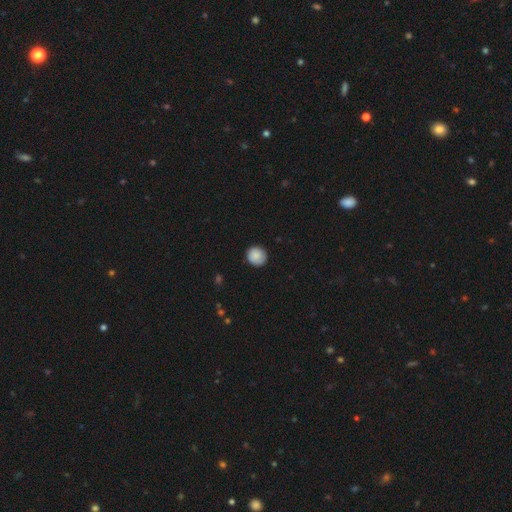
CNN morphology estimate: Overall: smooth (86%). How rounded: round (92%). Merging: none (88%).